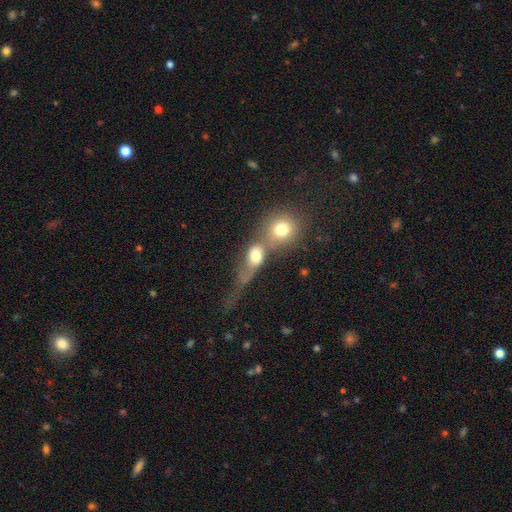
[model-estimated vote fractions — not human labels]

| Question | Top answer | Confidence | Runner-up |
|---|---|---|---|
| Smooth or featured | smooth | 66% | featured or disk (22%) |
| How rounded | round | 51% | in between (42%) |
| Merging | merger | 64% | none (19%) |